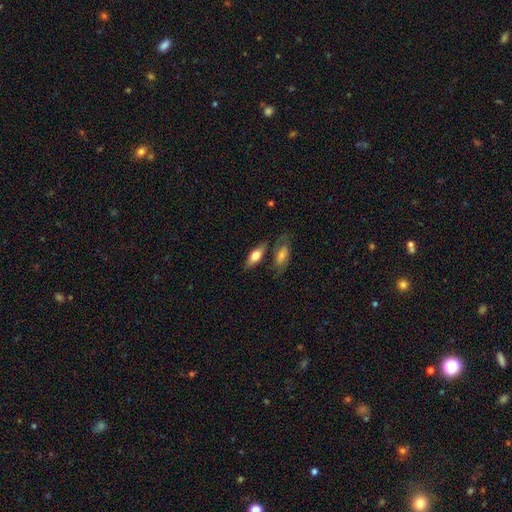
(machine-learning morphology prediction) Q: Smooth or featured?
A: smooth (63%); runner-up: featured or disk (31%)
Q: How rounded?
A: in between (69%); runner-up: cigar-shaped (28%)
Q: Merging?
A: none (65%); runner-up: merger (16%)